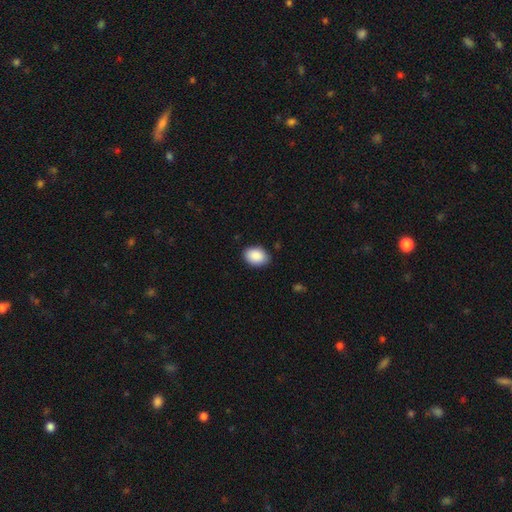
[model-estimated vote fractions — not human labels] Smooth or featured?
  - smooth: 90% *
  - star or artifact: 7%
  - featured or disk: 3%
How rounded?
  - in between: 79% *
  - round: 20%
  - cigar-shaped: 1%
Merging?
  - none: 85% *
  - minor disturbance: 11%
  - major disturbance: 2%
  - merger: 1%